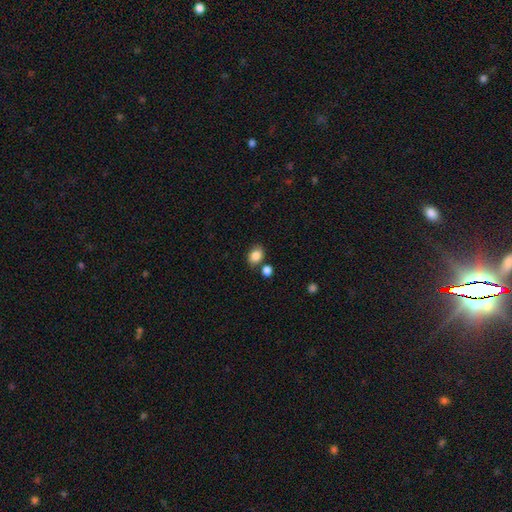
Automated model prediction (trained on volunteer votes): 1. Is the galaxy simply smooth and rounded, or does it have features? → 85% smooth, 9% star or artifact, 6% featured or disk.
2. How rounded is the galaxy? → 63% in between, 36% round, 1% cigar-shaped.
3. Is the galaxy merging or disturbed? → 72% none, 13% minor disturbance, 12% merger, 4% major disturbance.